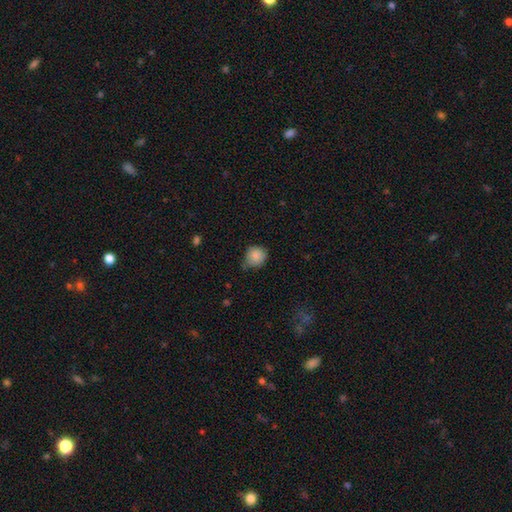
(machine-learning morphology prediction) The model was most divided on "merging": none: 63%, minor disturbance: 30%, major disturbance: 5%, merger: 3%. More confident: how rounded — round (87%); smooth or featured — smooth (86%).